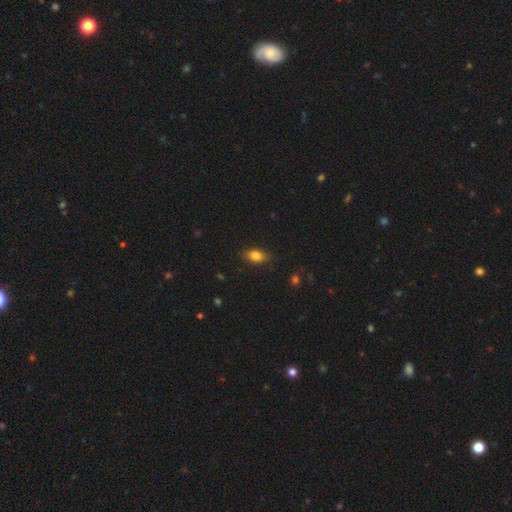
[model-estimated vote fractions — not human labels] Smooth or featured: smooth — 83% (star or artifact — 9%)
How rounded: in between — 85% (round — 11%)
Merging: none — 84% (minor disturbance — 12%)